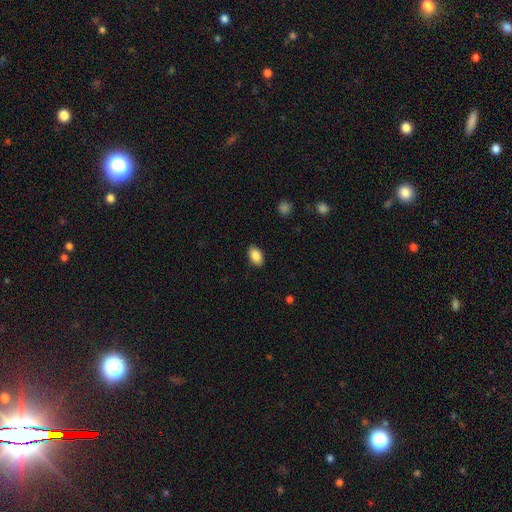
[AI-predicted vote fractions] Q: Smooth or featured?
A: smooth (87%); runner-up: star or artifact (8%)
Q: How rounded?
A: in between (90%); runner-up: round (9%)
Q: Merging?
A: none (88%); runner-up: minor disturbance (9%)